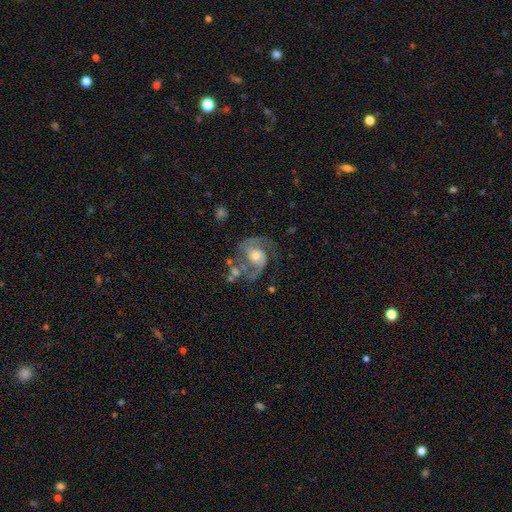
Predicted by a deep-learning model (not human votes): Morphology: type=featured or disk (85%); edge-on=no (98%); bar=no (65%); spiral arms=yes (95%); winding=medium (52%); arm count=2 (78%); bulge=moderate (62%); merging=none (54%).